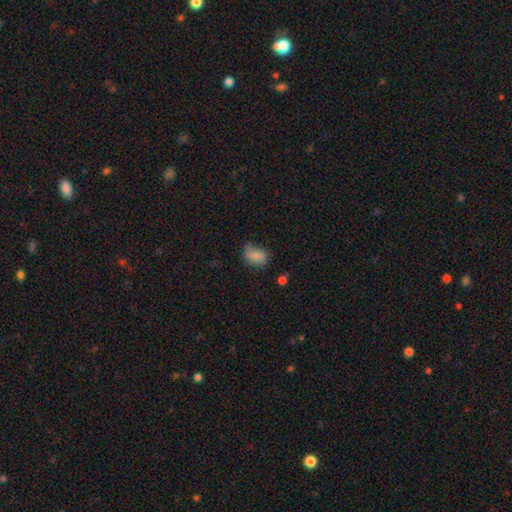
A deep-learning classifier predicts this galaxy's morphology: The model was most divided on "merging": none: 49%, minor disturbance: 36%, major disturbance: 12%, merger: 3%. More confident: how rounded — in between (76%); smooth or featured — smooth (76%).